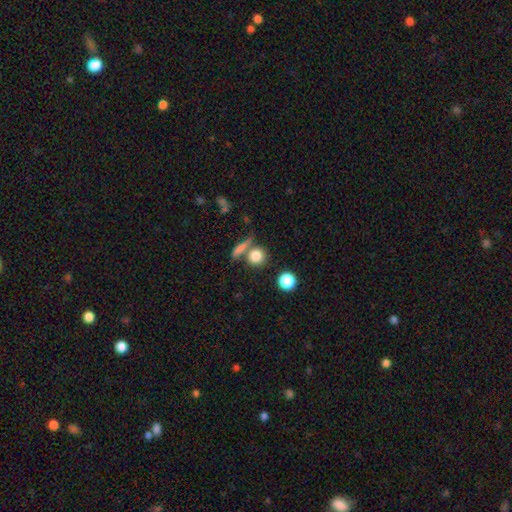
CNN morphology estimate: A smooth galaxy with no disk features (82%) that is round (83%).

Vote fractions:
- Smooth or featured? smooth: 82% / star or artifact: 10% / featured or disk: 8%
- How rounded? round: 83% / in between: 13% / cigar-shaped: 4%
- Merging? none: 65% / merger: 22% / minor disturbance: 9% / major disturbance: 4%